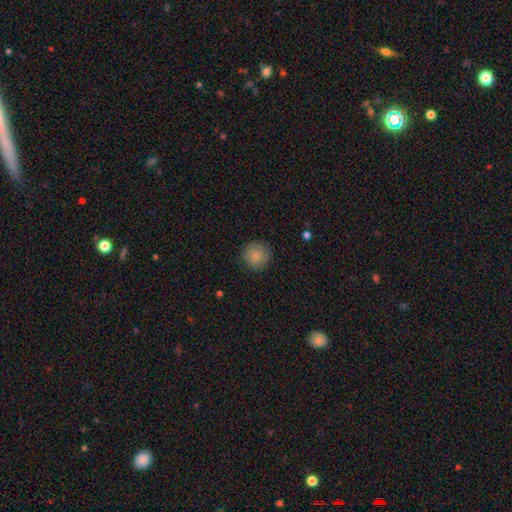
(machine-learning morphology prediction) smooth-or-featured: smooth: 86% | star or artifact: 8% | featured or disk: 6%
  how-rounded: round: 95% | in between: 4% | cigar-shaped: 1%
  merging: none: 87% | minor disturbance: 9% | major disturbance: 2% | merger: 1%